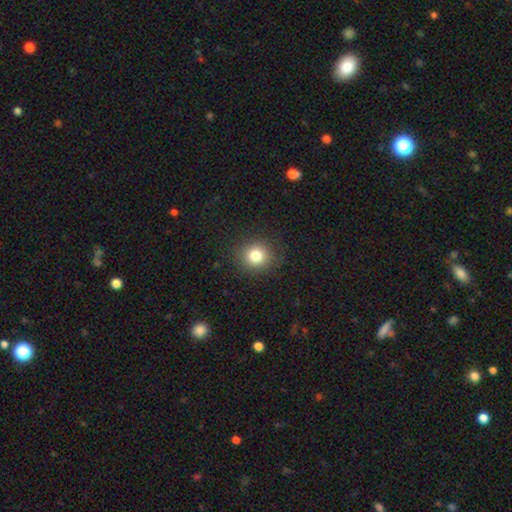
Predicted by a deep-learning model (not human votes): Smooth or featured: smooth — 81% (star or artifact — 12%)
How rounded: round — 86% (in between — 13%)
Merging: none — 89% (minor disturbance — 7%)